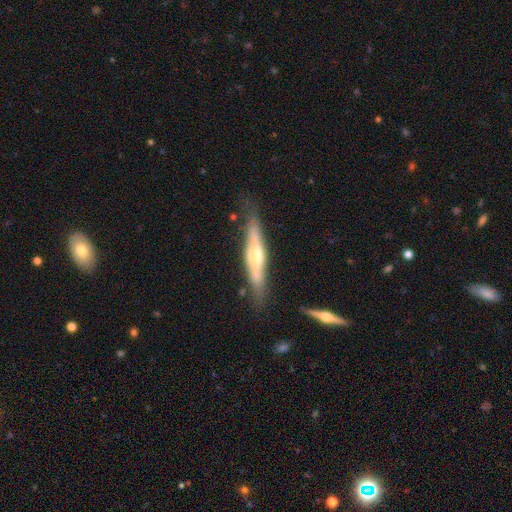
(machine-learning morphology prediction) type=featured or disk (65%); edge-on=yes (91%); edge-on bulge=rounded (75%); merging=none (76%).